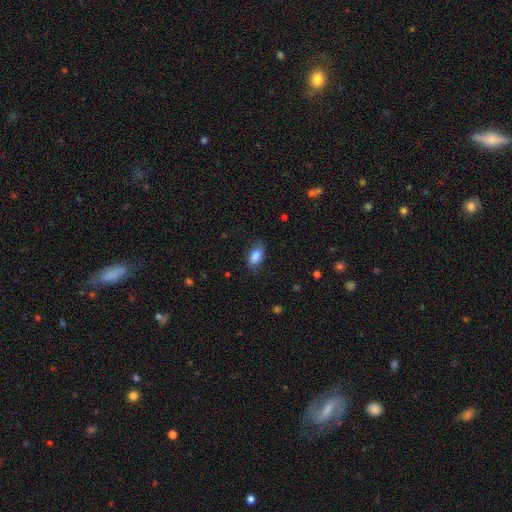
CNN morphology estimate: smooth 80%, featured or disk 13%, star or artifact 7%. Down the decision tree: how rounded — in between (90%); merging — none (70%).